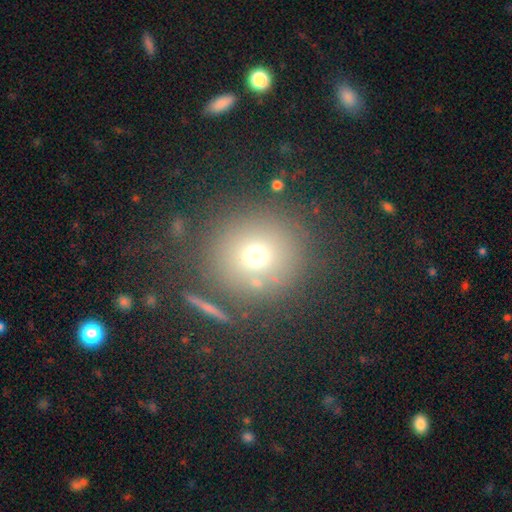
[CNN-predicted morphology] Smooth or featured: smooth — 67% (star or artifact — 21%)
How rounded: round — 92% (in between — 7%)
Merging: none — 82% (minor disturbance — 9%)